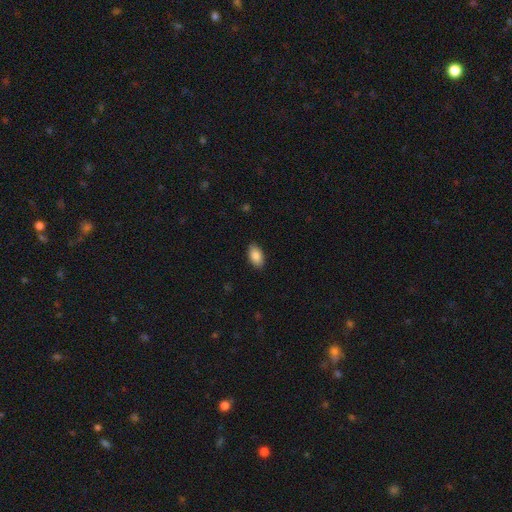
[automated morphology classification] type=smooth (88%); roundness=in between (94%); merging=none (89%).